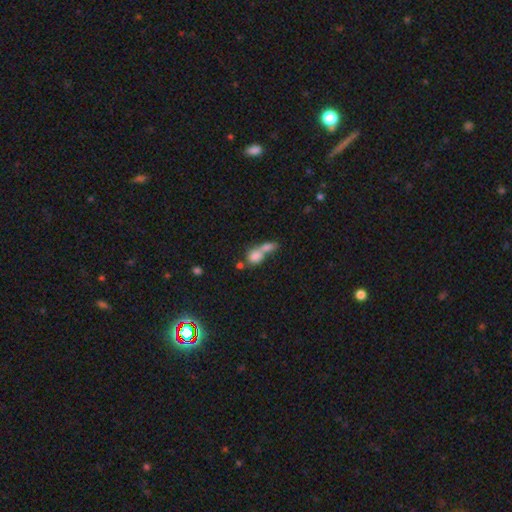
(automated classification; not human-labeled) smooth_or_featured: smooth (p=0.78) [alt: featured or disk p=0.13]
how_rounded: round (p=0.54) [alt: in between p=0.42]
merging: merger (p=0.68) [alt: none p=0.21]